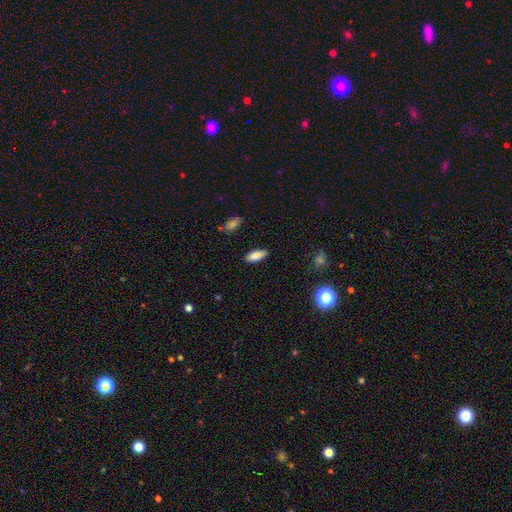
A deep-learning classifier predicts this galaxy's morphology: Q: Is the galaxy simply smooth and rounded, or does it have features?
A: smooth — 86%.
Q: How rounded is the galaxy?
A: in between — 80%.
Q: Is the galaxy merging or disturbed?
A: none — 86%.